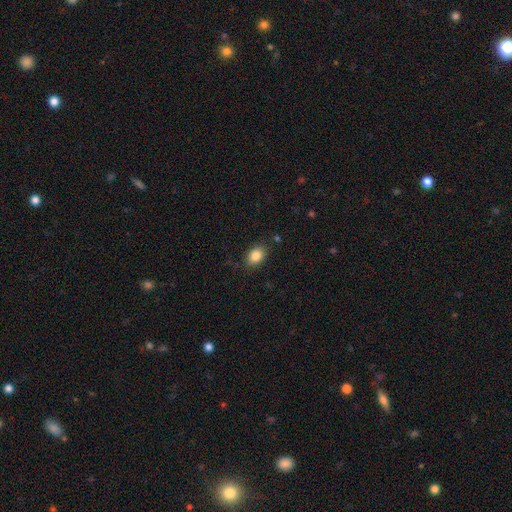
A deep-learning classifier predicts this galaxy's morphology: smooth-or-featured: smooth: 85% | star or artifact: 9% | featured or disk: 6%
  how-rounded: in between: 72% | round: 26% | cigar-shaped: 1%
  merging: none: 84% | minor disturbance: 12% | major disturbance: 3% | merger: 2%